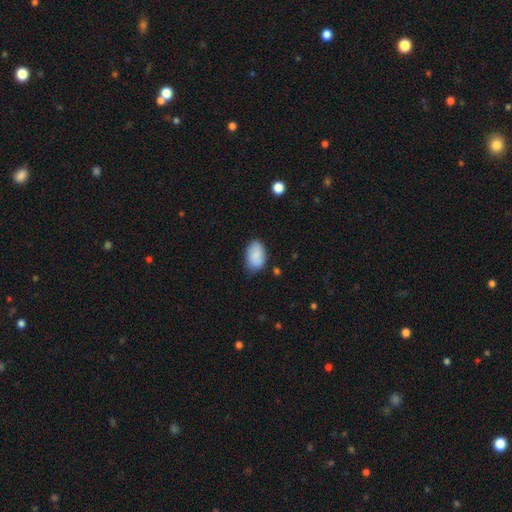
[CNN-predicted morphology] Smooth or featured? Predicted: smooth (p=0.88). How rounded? Predicted: in between (p=0.91). Merging? Predicted: none (p=0.73).